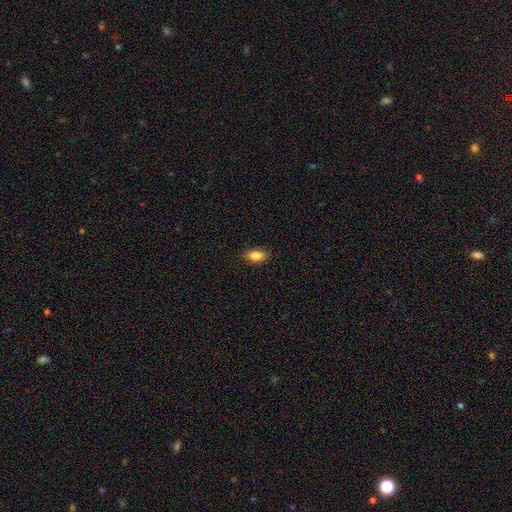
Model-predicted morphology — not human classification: A smooth galaxy with no disk features (83%) that is in between round and cigar-shaped (87%).

Vote fractions:
- Smooth or featured? smooth: 83% / featured or disk: 9% / star or artifact: 8%
- How rounded? in between: 87% / round: 7% / cigar-shaped: 7%
- Merging? none: 87% / minor disturbance: 10% / major disturbance: 2% / merger: 1%